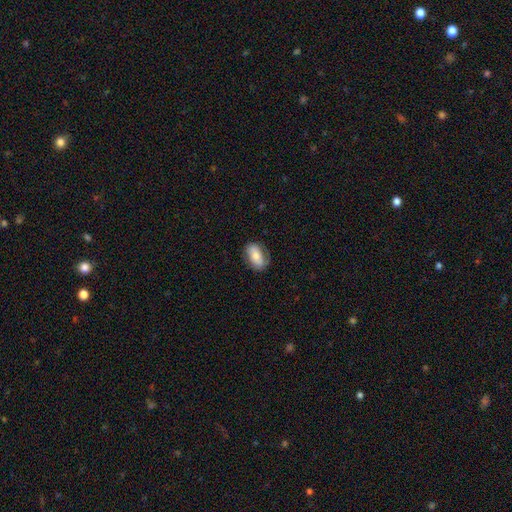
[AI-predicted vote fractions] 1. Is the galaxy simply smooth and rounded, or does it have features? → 62% smooth, 31% featured or disk, 7% star or artifact.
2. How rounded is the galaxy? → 90% in between, 7% round, 3% cigar-shaped.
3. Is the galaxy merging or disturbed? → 75% none, 18% minor disturbance, 6% major disturbance, 1% merger.